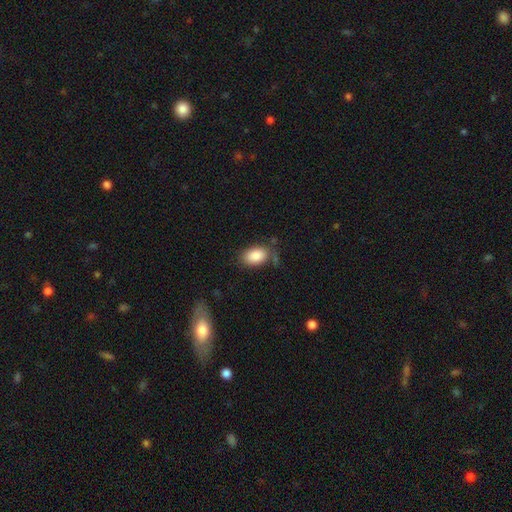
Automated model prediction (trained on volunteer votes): A smooth galaxy with no disk features (87%) that is in between round and cigar-shaped (91%).

Vote fractions:
- Smooth or featured? smooth: 87% / star or artifact: 7% / featured or disk: 6%
- How rounded? in between: 91% / round: 8% / cigar-shaped: 1%
- Merging? none: 71% / minor disturbance: 19% / major disturbance: 6% / merger: 4%